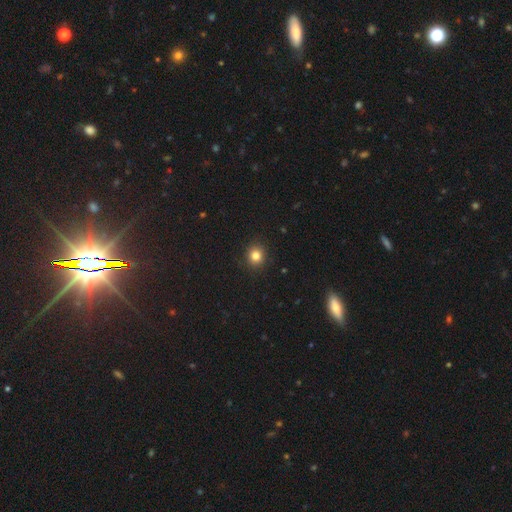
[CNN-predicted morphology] smooth_or_featured: smooth (p=0.82) [alt: star or artifact p=0.12]
how_rounded: round (p=0.85) [alt: in between p=0.14]
merging: none (p=0.91) [alt: minor disturbance p=0.06]